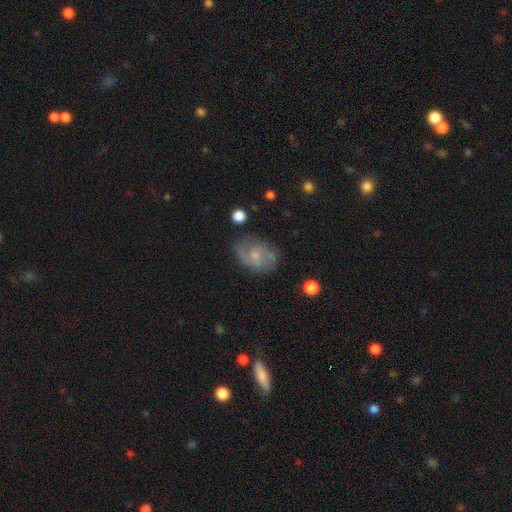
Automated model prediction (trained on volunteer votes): smooth_or_featured: featured or disk (p=0.62) [alt: smooth p=0.29]
disk_edge_on: no (p=0.96) [alt: yes p=0.04]
bar: no (p=0.58) [alt: weak p=0.36]
has_spiral_arms: yes (p=0.81) [alt: no p=0.19]
bulge_size: small (p=0.61) [alt: moderate p=0.30]
merging: none (p=0.68) [alt: minor disturbance p=0.21]